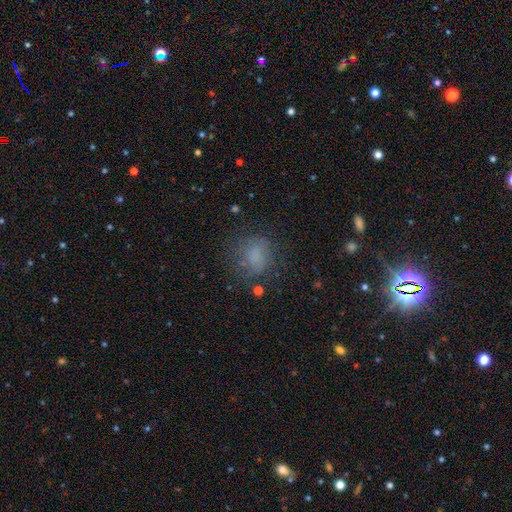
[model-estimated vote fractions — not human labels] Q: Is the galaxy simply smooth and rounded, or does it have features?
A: smooth — 63%.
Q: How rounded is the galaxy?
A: round — 63%.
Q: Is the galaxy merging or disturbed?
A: none — 64%.